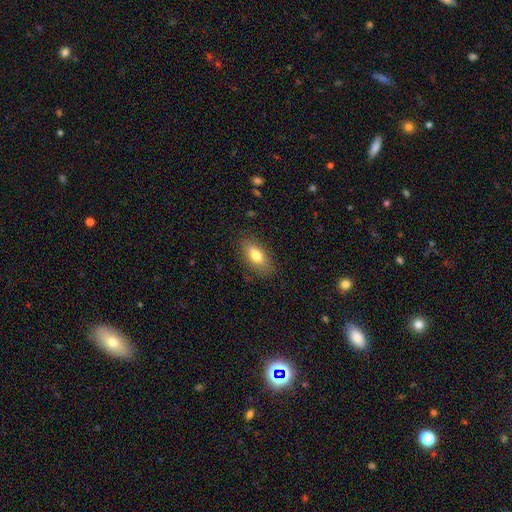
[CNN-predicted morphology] smooth-or-featured: smooth: 77% | featured or disk: 15% | star or artifact: 8%
  how-rounded: in between: 83% | cigar-shaped: 13% | round: 4%
  merging: none: 84% | minor disturbance: 12% | major disturbance: 3% | merger: 1%